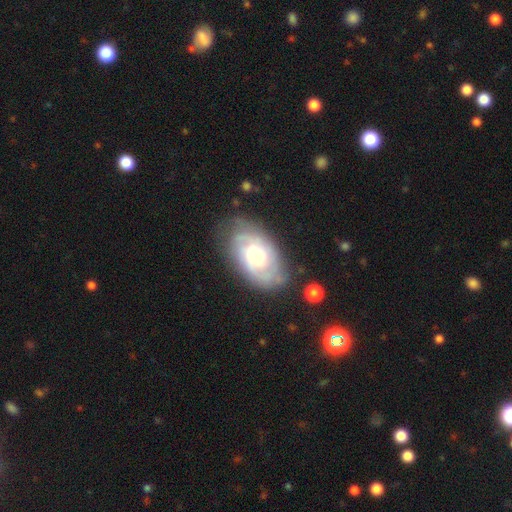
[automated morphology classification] Smooth or featured? featured or disk (75%)
Edge-on disk? no (96%)
Bar? no (68%)
Spiral arms? yes (91%)
Spiral winding? tight (57%)
Spiral arm count? 2 (40%)
Bulge size? moderate (38%)
Merging? none (68%)